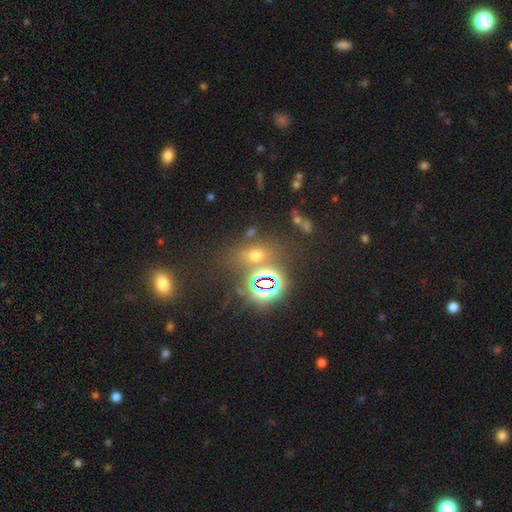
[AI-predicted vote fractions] Smooth or featured? star or artifact (49%)